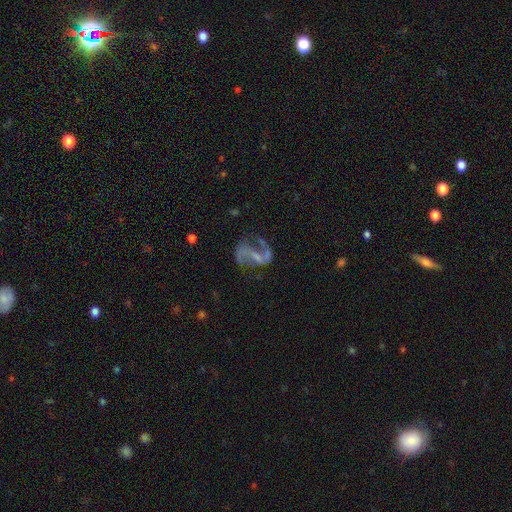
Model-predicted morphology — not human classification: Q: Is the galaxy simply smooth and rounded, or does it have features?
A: featured or disk — 83%.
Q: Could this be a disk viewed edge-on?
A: no — 98%.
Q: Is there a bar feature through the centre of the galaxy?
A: weak — 40%.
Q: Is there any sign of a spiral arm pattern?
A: yes — 91%.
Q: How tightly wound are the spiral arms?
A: loose — 56%.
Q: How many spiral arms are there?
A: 2 — 88%.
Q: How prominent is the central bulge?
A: small — 43%.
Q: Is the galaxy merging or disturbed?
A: none — 56%.